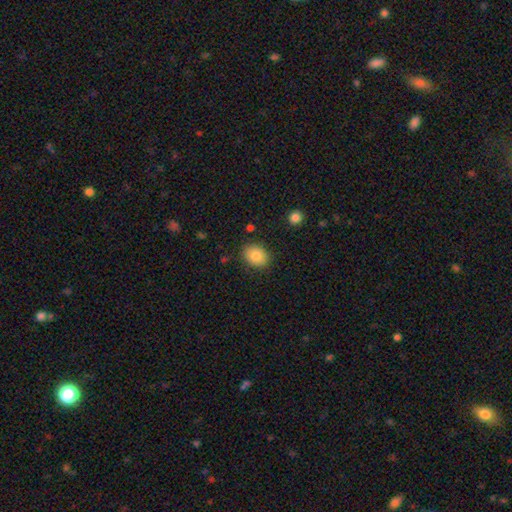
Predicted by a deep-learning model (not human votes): Overall: smooth (84%). How rounded: in between (52%; round 47%). Merging: none (86%).